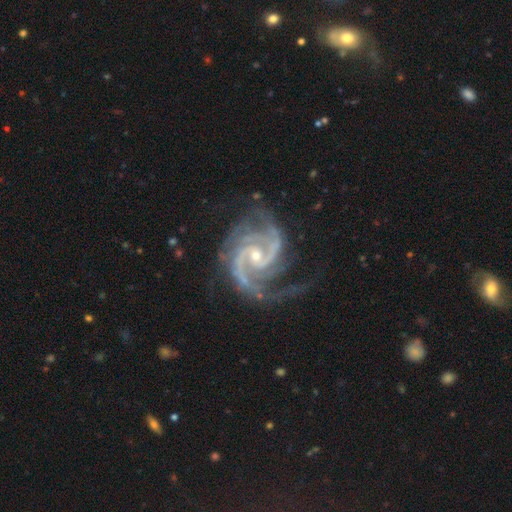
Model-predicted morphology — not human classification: type=featured or disk (94%); edge-on=no (98%); bar=no (46%); spiral arms=yes (99%); winding=medium (54%); arm count=2 (58%); bulge=small (65%); merging=none (64%).